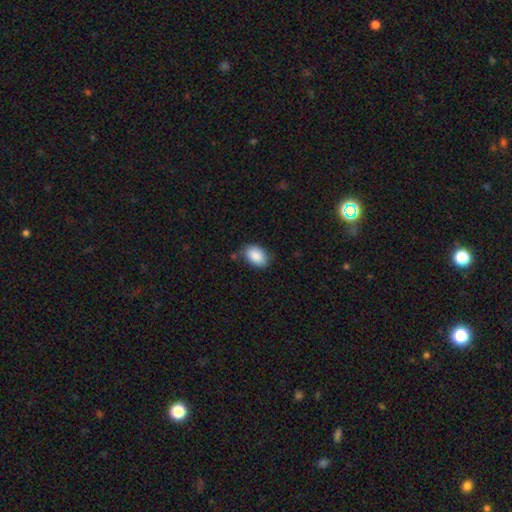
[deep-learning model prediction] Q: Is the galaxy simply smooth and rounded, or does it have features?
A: smooth — 89%.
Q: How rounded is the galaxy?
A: in between — 90%.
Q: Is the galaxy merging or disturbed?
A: none — 78%.